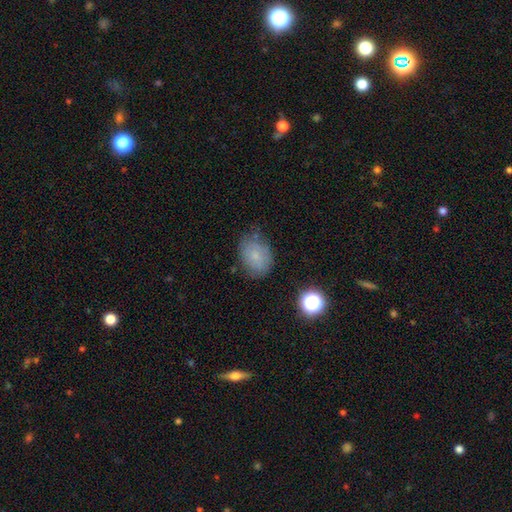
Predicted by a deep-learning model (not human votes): Overall: smooth (72%). How rounded: in between (67%; round 31%). Merging: none (69%).